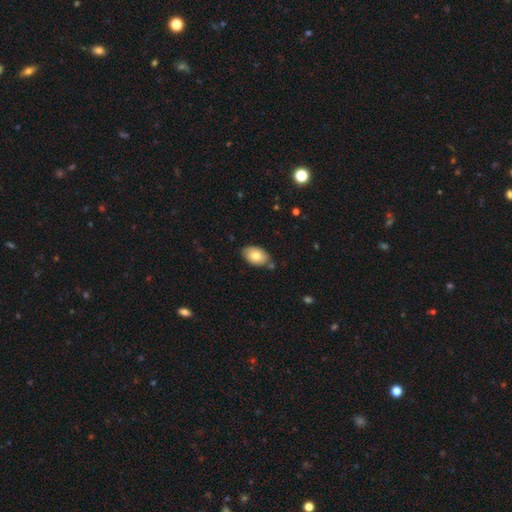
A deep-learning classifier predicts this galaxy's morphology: This appears to be a smooth galaxy with no disk features (75%) that is in between round and cigar-shaped (89%). Merging: none (74%).